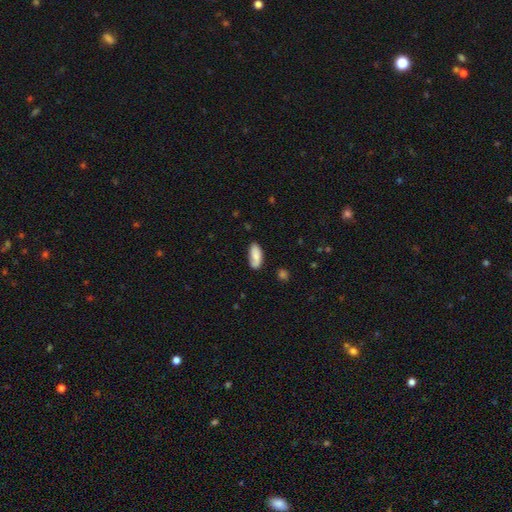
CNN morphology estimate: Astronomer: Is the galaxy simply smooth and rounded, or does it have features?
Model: smooth — 78%.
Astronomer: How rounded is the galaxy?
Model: in between — 84%.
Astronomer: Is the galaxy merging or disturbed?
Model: none — 67%.